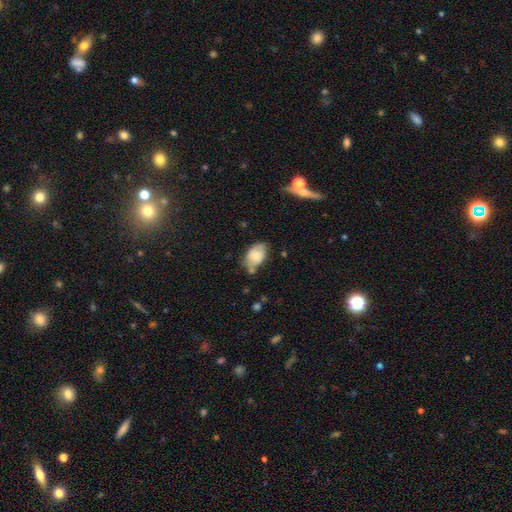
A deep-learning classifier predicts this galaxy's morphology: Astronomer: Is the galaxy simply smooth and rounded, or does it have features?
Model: smooth — 73%.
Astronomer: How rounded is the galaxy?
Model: in between — 88%.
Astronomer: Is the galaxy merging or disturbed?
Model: none — 51% (runner-up: minor disturbance, 32%).